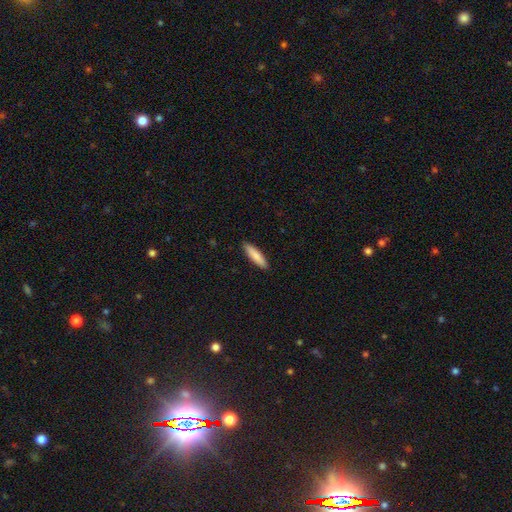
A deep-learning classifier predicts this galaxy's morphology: Smooth or featured? Predicted: smooth (p=0.85). How rounded? Predicted: cigar-shaped (p=0.76). Merging? Predicted: none (p=0.91).